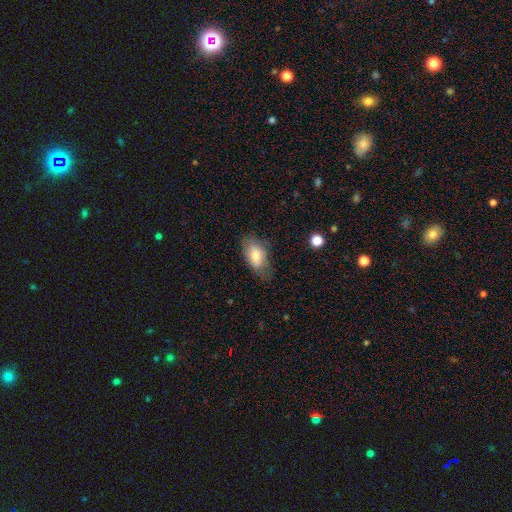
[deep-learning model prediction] Smooth or featured: smooth — 77% (featured or disk — 16%)
How rounded: in between — 92% (round — 5%)
Merging: none — 71% (minor disturbance — 22%)